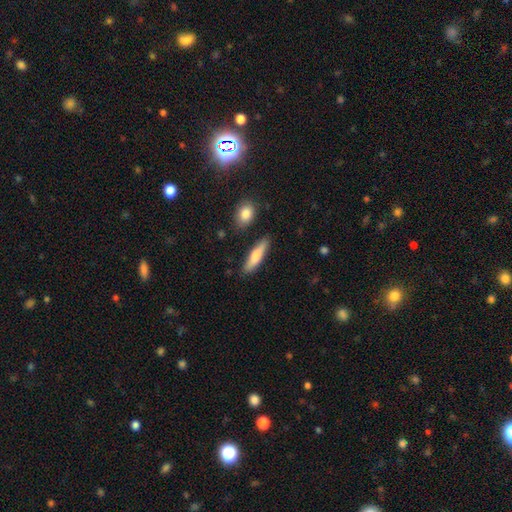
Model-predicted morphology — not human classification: A smooth galaxy with no disk features (71%) that is cigar-shaped (73%).

Vote fractions:
- Smooth or featured? smooth: 71% / featured or disk: 23% / star or artifact: 6%
- How rounded? cigar-shaped: 73% / in between: 25% / round: 2%
- Merging? none: 84% / minor disturbance: 10% / merger: 3% / major disturbance: 2%